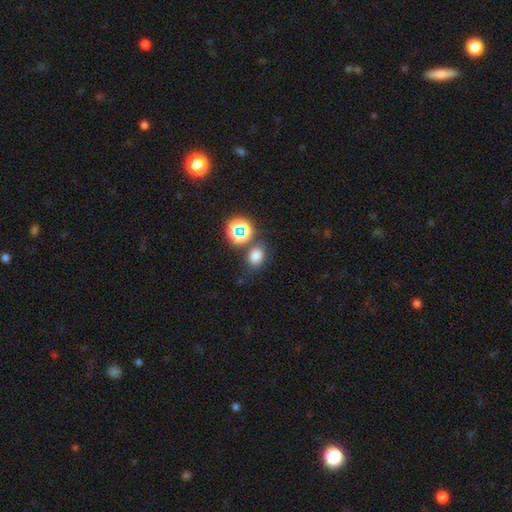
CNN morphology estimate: Overall: smooth (74%). How rounded: in between (53%; round 46%). Merging: none (72%).